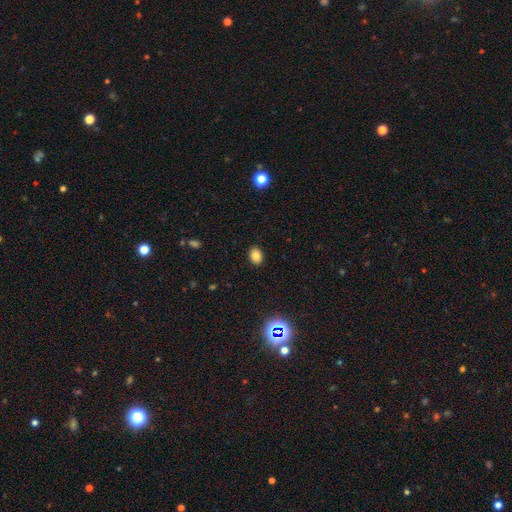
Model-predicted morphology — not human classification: Overall: smooth (81%). How rounded: in between (75%). Merging: none (89%).